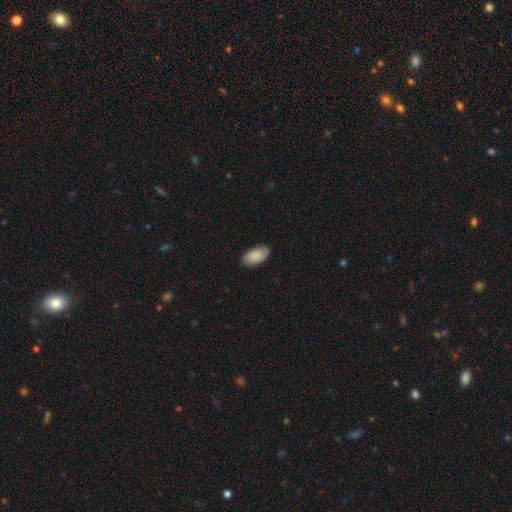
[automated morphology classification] Overall: smooth (79%). How rounded: in between (95%). Merging: none (84%).